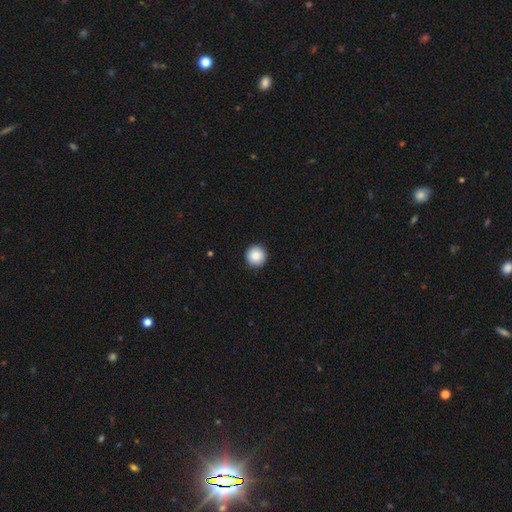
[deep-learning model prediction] A smooth galaxy with no disk features (88%) that is round (96%). Merging: none (93%).